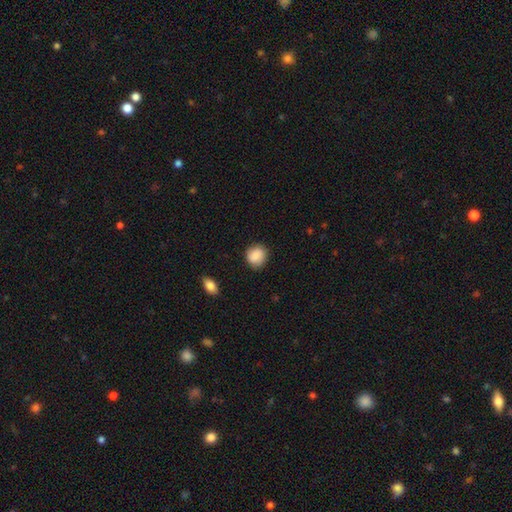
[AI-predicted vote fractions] Smooth or featured: smooth — 87% (star or artifact — 7%)
How rounded: round — 82% (in between — 17%)
Merging: none — 84% (minor disturbance — 12%)